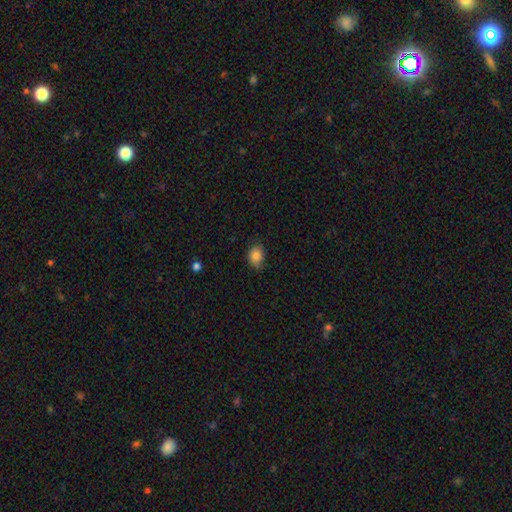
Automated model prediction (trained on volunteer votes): This appears to be a smooth galaxy with no disk features (85%) that is round (50%). Merging: none (69%).